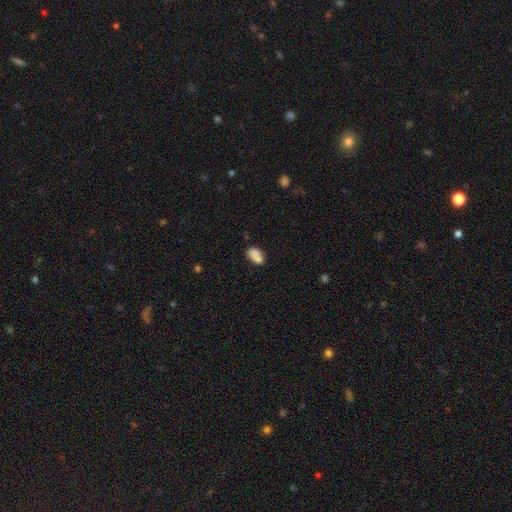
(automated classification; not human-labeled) A smooth galaxy with no disk features (81%) that is in between round and cigar-shaped (87%).

Vote fractions:
- Smooth or featured? smooth: 81% / featured or disk: 10% / star or artifact: 9%
- How rounded? in between: 87% / round: 11% / cigar-shaped: 2%
- Merging? none: 52% / merger: 22% / minor disturbance: 20% / major disturbance: 6%